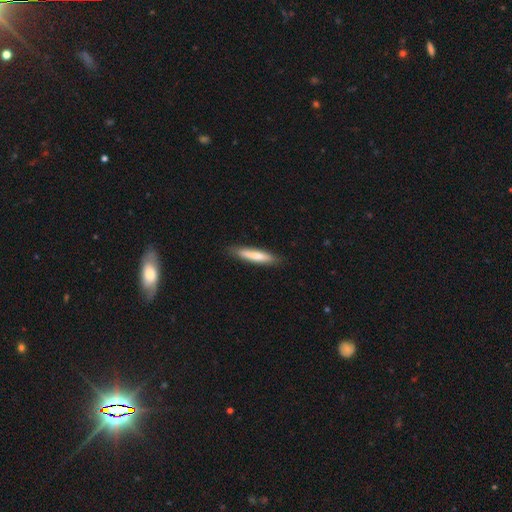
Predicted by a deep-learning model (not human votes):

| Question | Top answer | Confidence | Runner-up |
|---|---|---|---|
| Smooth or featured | smooth | 73% | featured or disk (21%) |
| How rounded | cigar-shaped | 87% | in between (12%) |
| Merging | none | 83% | minor disturbance (13%) |